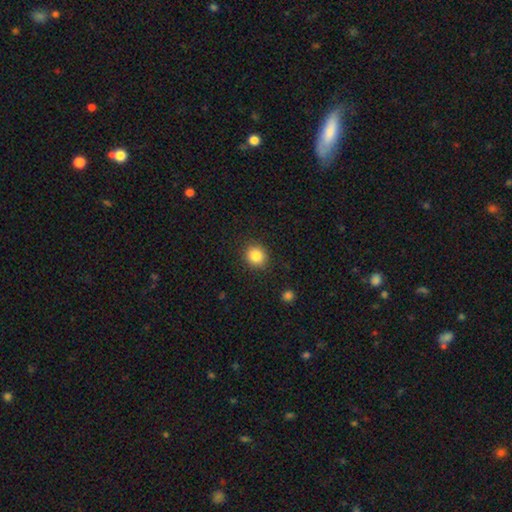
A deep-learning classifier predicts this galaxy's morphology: type=smooth (85%); roundness=round (84%); merging=none (89%).